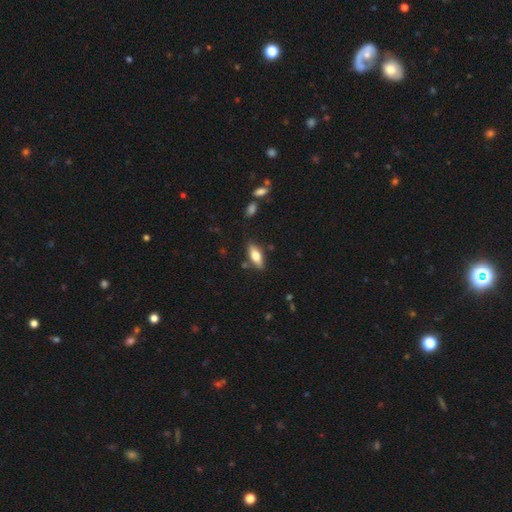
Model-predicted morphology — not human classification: The model was most divided on "smooth or featured": smooth: 66%, featured or disk: 28%, star or artifact: 6%. More confident: merging — none (82%); how rounded — in between (72%).